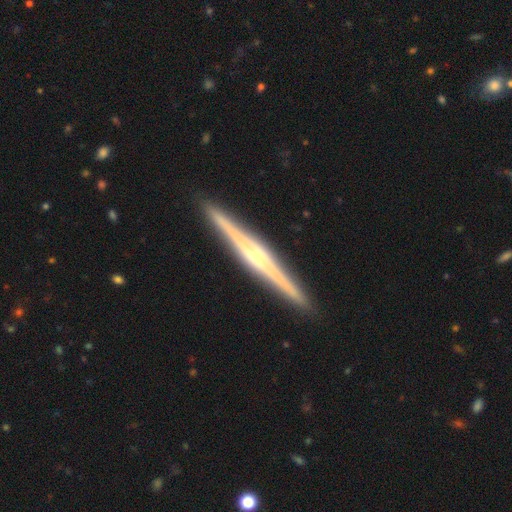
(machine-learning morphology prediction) smooth-or-featured: featured or disk: 84% | smooth: 12% | star or artifact: 5%
  disk-edge-on: yes: 98% | no: 2%
    edge-on-bulge: rounded: 51% | boxy: 34% | none: 15%
  merging: none: 92% | minor disturbance: 6% | major disturbance: 1% | merger: 1%